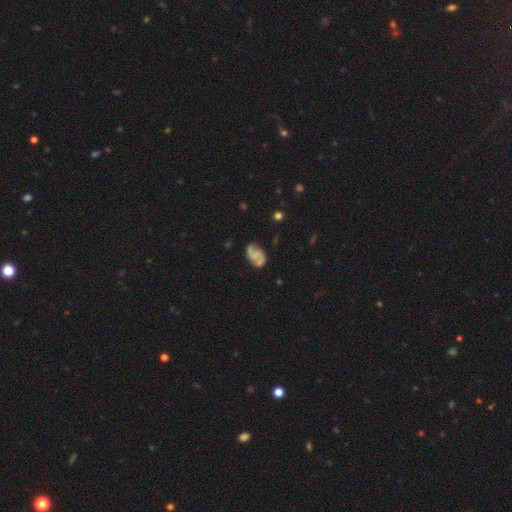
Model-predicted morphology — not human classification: This appears to be a featured or disk galaxy (62%) with no bar (68%), 2 (78%) loose (46%) spiral arms (82%) and no central bulge (57%). Merging: none (51%).